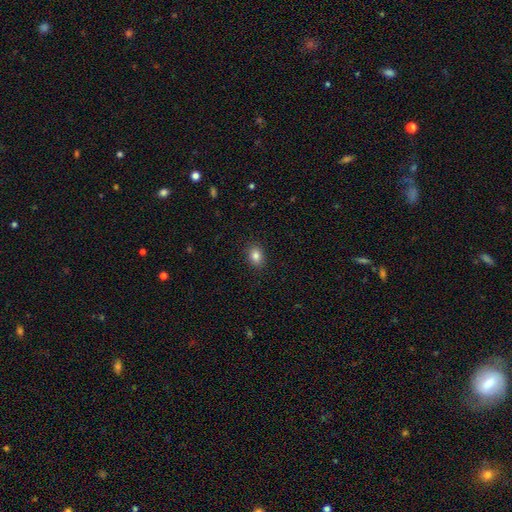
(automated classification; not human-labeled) Overall: smooth (84%). How rounded: in between (68%; round 31%). Merging: none (90%).